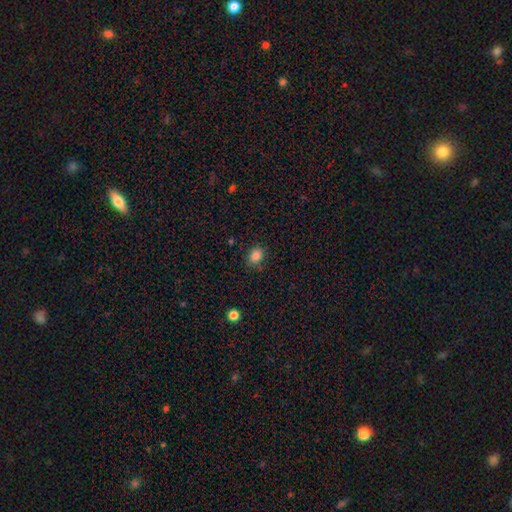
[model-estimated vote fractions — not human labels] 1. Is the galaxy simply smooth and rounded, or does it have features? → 85% smooth, 11% star or artifact, 4% featured or disk.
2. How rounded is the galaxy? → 52% in between, 47% round, 1% cigar-shaped.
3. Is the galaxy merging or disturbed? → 81% none, 14% minor disturbance, 3% major disturbance, 2% merger.